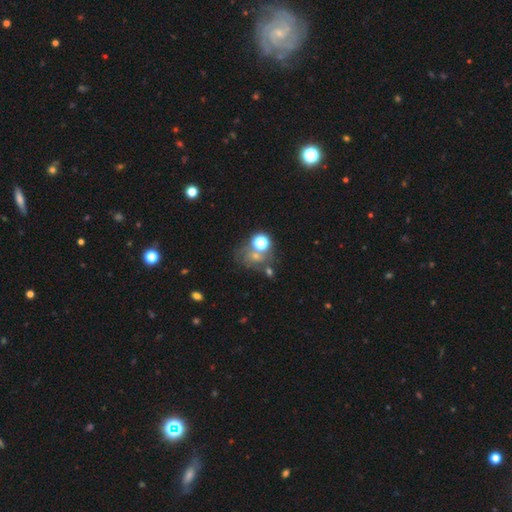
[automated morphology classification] Smooth or featured?
  - star or artifact: 45% *
  - smooth: 38%
  - featured or disk: 17%